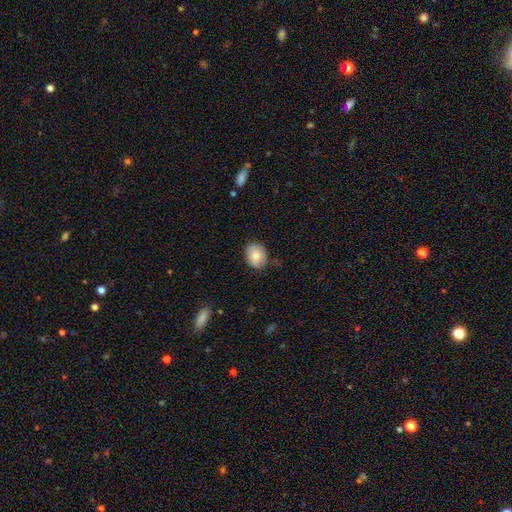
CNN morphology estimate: This appears to be a smooth galaxy with no disk features (79%) that is round (51%). Merging: none (72%).